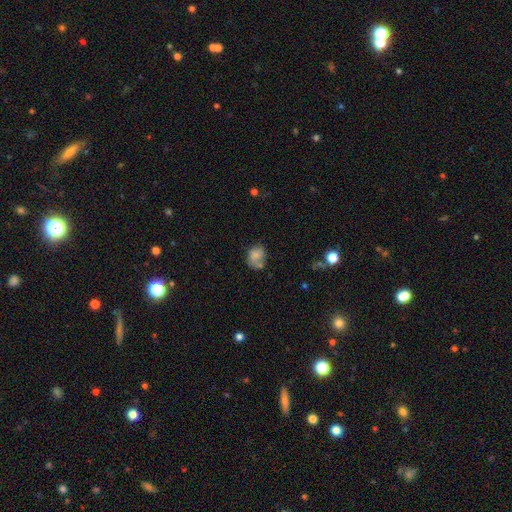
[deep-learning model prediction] Q: Smooth or featured?
A: smooth (70%); runner-up: featured or disk (19%)
Q: How rounded?
A: in between (52%); runner-up: round (46%)
Q: Merging?
A: none (43%); runner-up: minor disturbance (27%)